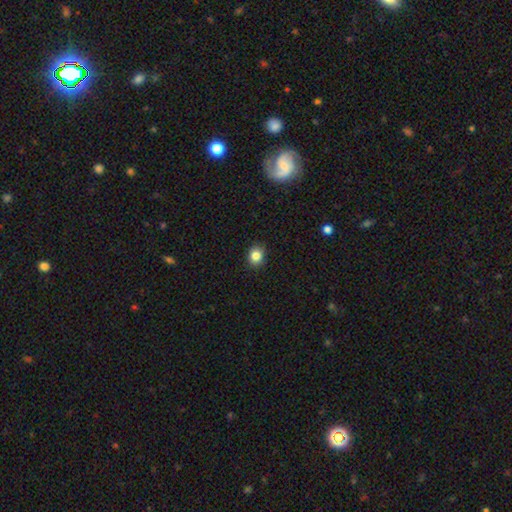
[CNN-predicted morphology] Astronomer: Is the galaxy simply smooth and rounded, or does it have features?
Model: smooth — 84%.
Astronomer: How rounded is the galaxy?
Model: round — 63%.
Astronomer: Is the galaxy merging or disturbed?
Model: none — 89%.